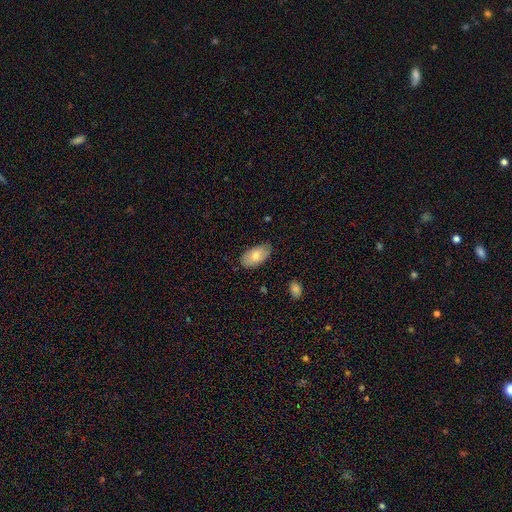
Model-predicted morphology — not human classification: type=smooth (74%); roundness=in between (95%); merging=none (78%).